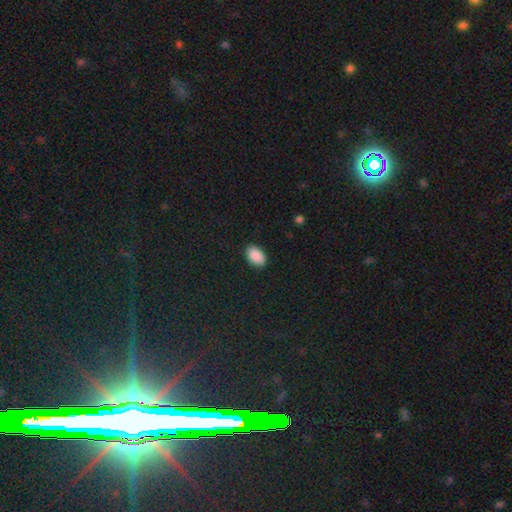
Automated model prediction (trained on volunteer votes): Smooth or featured?
  - smooth: 90% *
  - star or artifact: 7%
  - featured or disk: 3%
How rounded?
  - in between: 92% *
  - round: 7%
  - cigar-shaped: 1%
Merging?
  - none: 87% *
  - minor disturbance: 10%
  - major disturbance: 2%
  - merger: 1%